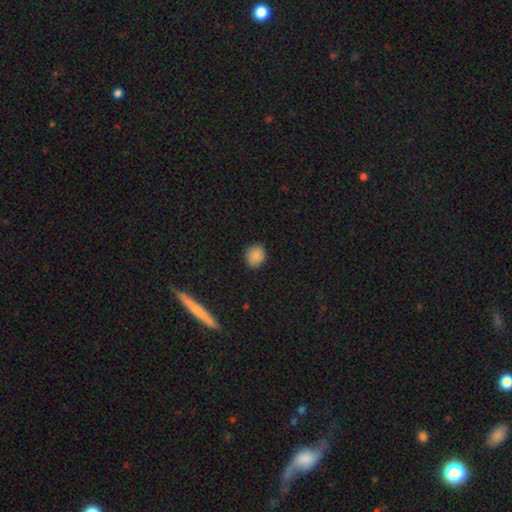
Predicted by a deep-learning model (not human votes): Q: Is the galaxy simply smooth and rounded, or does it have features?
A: smooth — 86%.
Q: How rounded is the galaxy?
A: round — 76%.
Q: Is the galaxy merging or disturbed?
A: none — 87%.